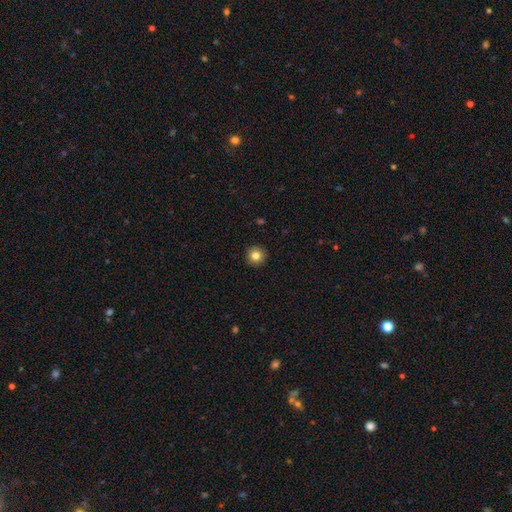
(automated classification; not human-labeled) This is clearly a smooth galaxy (82%). How rounded: clearly round (95%). Merging: clearly none (93%).